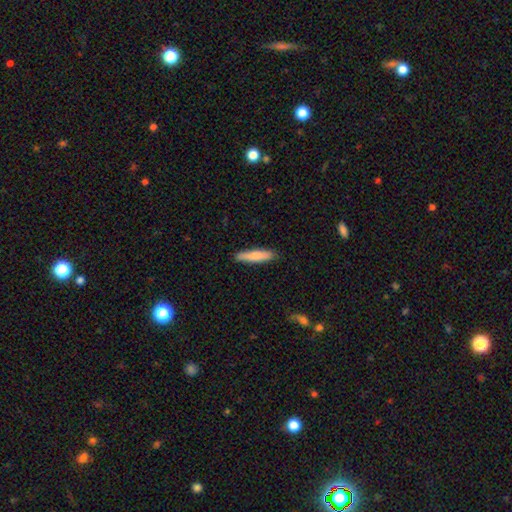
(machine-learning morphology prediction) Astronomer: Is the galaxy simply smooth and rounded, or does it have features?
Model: smooth — 76%.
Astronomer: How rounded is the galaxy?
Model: cigar-shaped — 84%.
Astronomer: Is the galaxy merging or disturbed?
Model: none — 87%.